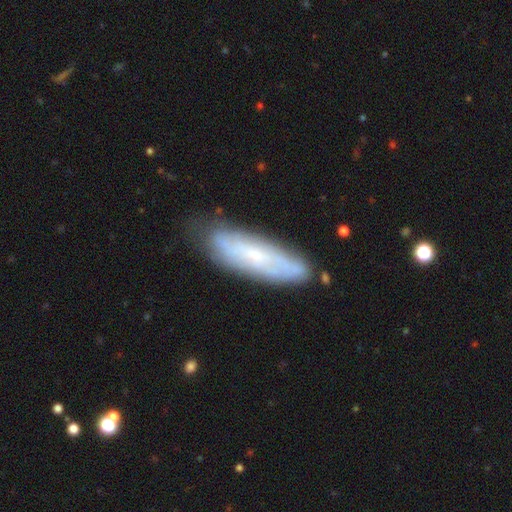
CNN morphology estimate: type=featured or disk (49%); merging=none (75%).